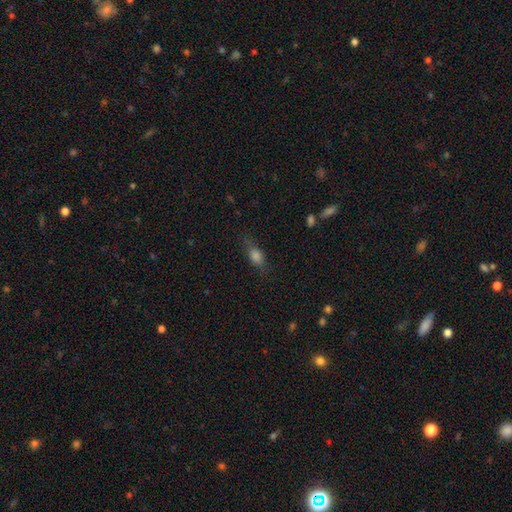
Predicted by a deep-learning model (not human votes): Smooth or featured? Predicted: smooth (p=0.67). How rounded? Predicted: in between (p=0.64). Merging? Predicted: none (p=0.73).